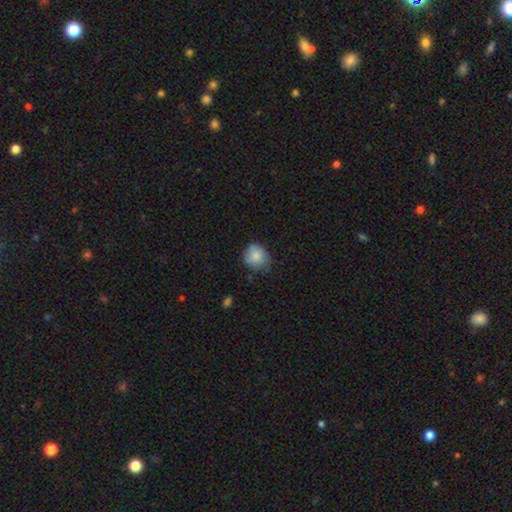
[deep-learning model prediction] smooth 81%, featured or disk 11%, star or artifact 8%. Down the decision tree: how rounded — round (74%); merging — none (59%).